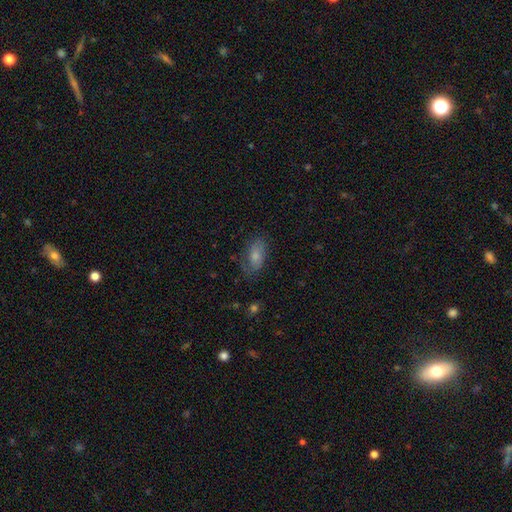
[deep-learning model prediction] This appears to be a smooth galaxy with no disk features (70%) that is in between round and cigar-shaped (88%). Merging: none (67%).